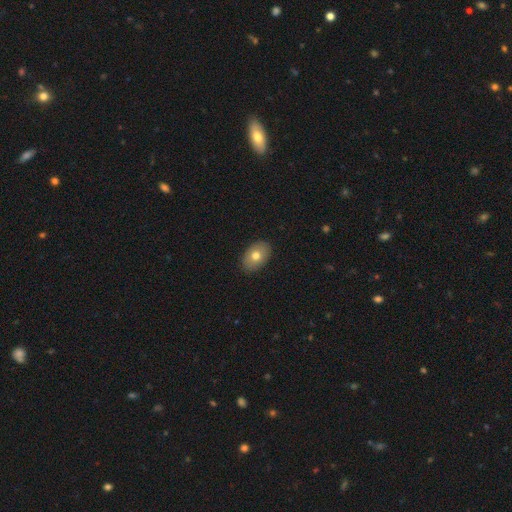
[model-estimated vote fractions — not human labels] Morphology: type=smooth (72%); roundness=in between (86%); merging=none (89%).